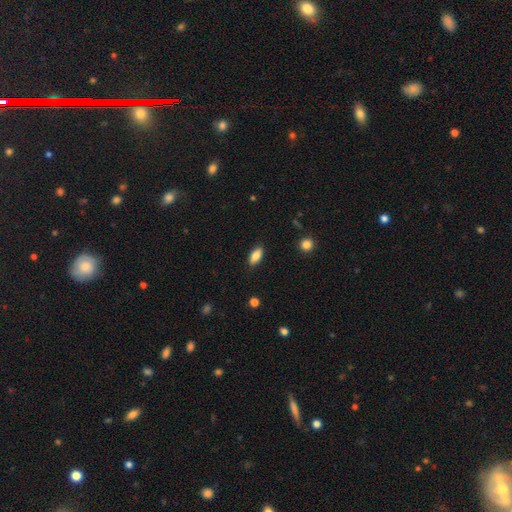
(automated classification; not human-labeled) This appears to be a smooth galaxy with no disk features (84%) that is in between round and cigar-shaped (87%). Merging: none (86%).